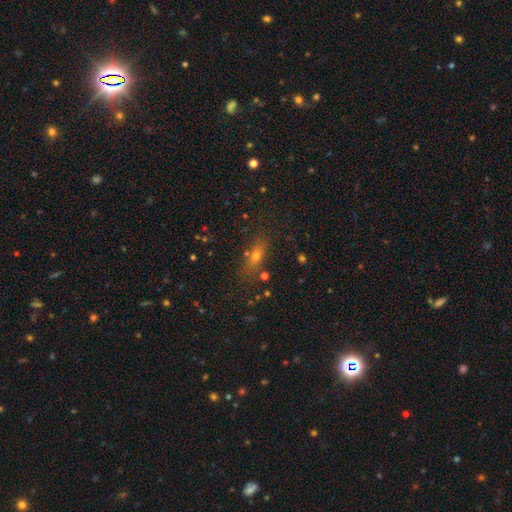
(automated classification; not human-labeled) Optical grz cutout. It shows a smooth galaxy with no disk features (58%) that is in between round and cigar-shaped (53%). Merging: none (73%).